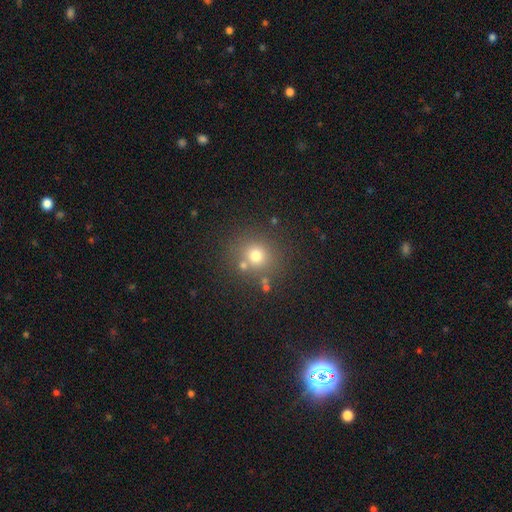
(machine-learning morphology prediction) Q: Smooth or featured?
A: smooth (71%); runner-up: star or artifact (18%)
Q: How rounded?
A: round (87%); runner-up: in between (12%)
Q: Merging?
A: none (75%); runner-up: merger (12%)